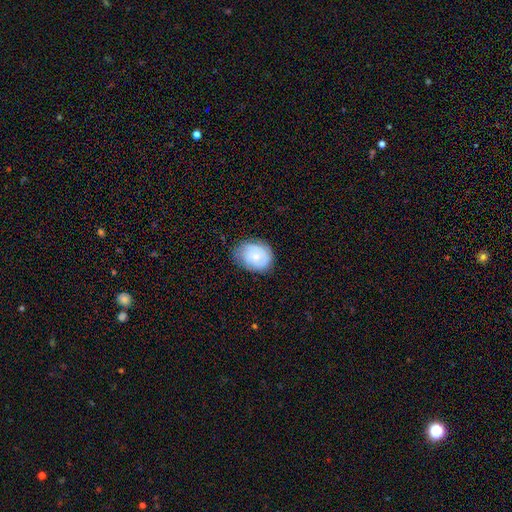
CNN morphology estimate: smooth 60%, featured or disk 33%, star or artifact 7%. Down the decision tree: how rounded — in between (55%); merging — none (62%).